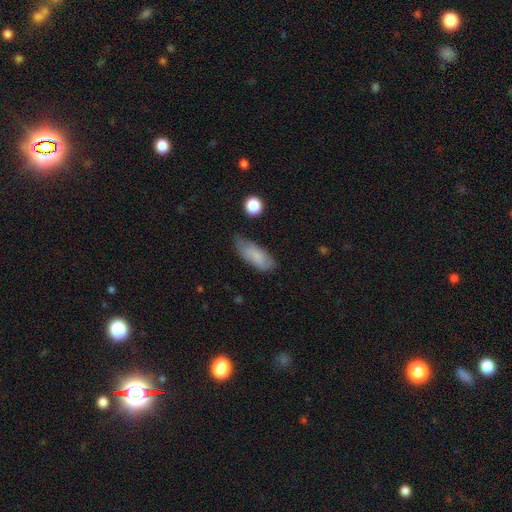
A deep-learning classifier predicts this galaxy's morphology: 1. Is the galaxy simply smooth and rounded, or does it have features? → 79% smooth, 14% featured or disk, 7% star or artifact.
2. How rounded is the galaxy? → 78% in between, 20% cigar-shaped, 2% round.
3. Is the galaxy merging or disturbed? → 53% none, 36% minor disturbance, 9% major disturbance, 3% merger.